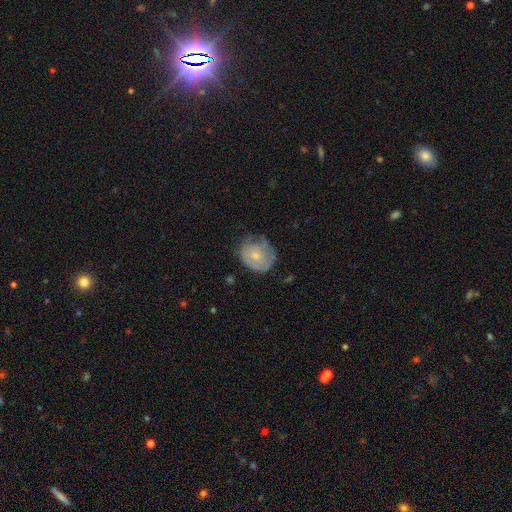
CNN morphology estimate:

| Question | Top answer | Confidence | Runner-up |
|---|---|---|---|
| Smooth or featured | smooth | 58% | featured or disk (35%) |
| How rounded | round | 70% | in between (29%) |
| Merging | none | 53% | minor disturbance (33%) |